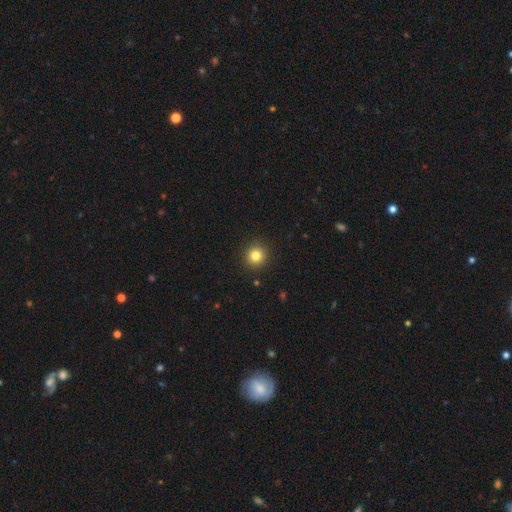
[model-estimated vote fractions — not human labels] Overall: smooth (82%). How rounded: round (93%). Merging: none (92%).